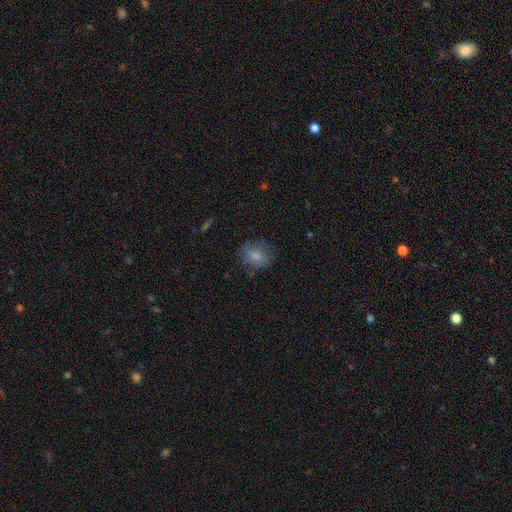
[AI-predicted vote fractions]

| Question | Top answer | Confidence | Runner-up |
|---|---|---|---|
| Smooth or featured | smooth | 76% | featured or disk (15%) |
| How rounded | round | 60% | in between (39%) |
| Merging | none | 70% | minor disturbance (20%) |